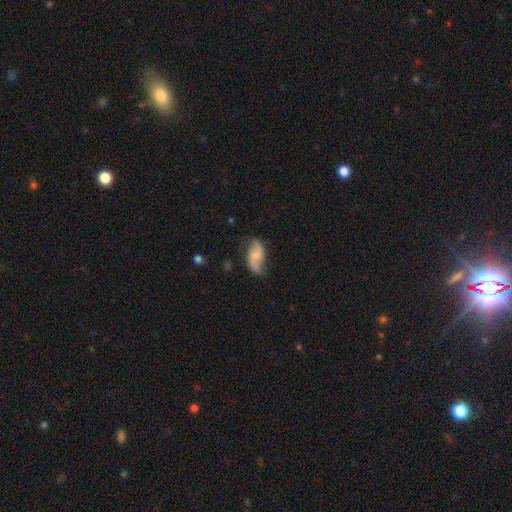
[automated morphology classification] This is possibly a featured or disk galaxy (56%). It is clearly not viewed edge-on (95%). Bar: possibly no (56%). Spiral arm pattern: clearly yes (89%). Central bulge: marginally small (41%). Merging: likely none (63%).